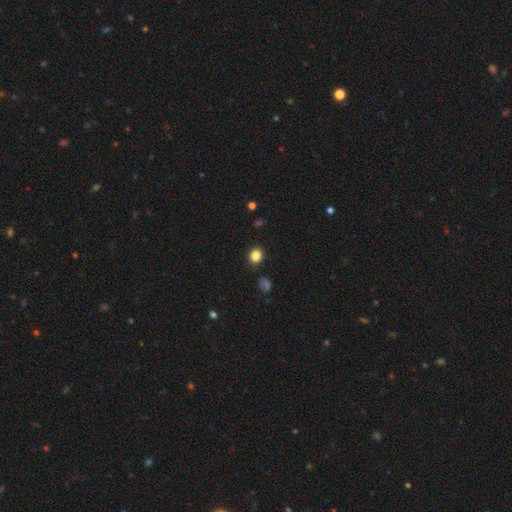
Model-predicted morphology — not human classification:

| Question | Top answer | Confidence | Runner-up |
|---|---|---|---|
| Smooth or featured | smooth | 84% | star or artifact (12%) |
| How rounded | round | 73% | in between (26%) |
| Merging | none | 89% | minor disturbance (7%) |